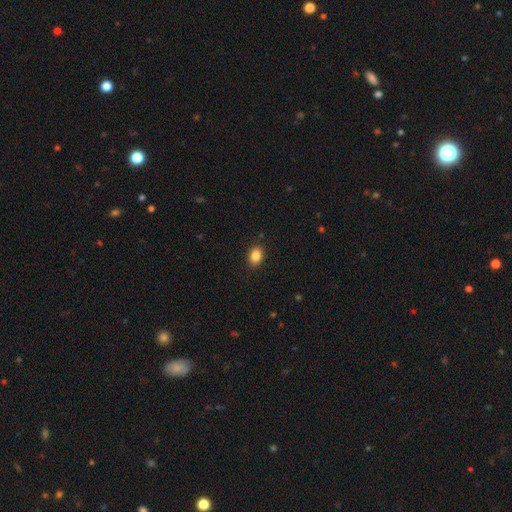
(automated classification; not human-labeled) Smooth or featured?
  - smooth: 86% *
  - star or artifact: 9%
  - featured or disk: 5%
How rounded?
  - in between: 68% *
  - round: 31%
  - cigar-shaped: 1%
Merging?
  - none: 88% *
  - minor disturbance: 8%
  - major disturbance: 2%
  - merger: 1%